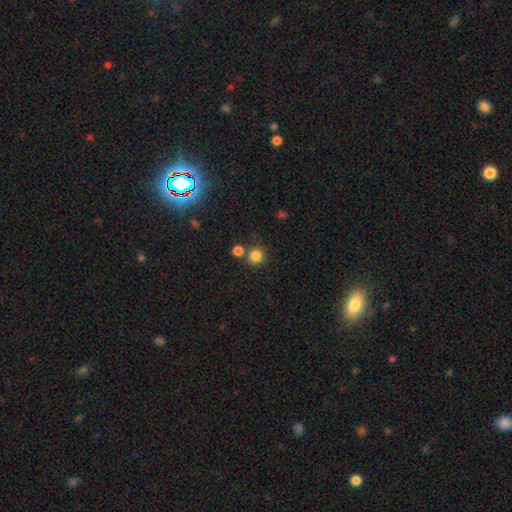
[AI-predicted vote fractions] This appears to be a smooth galaxy with no disk features (83%) that is round (92%). Merging: none (72%).